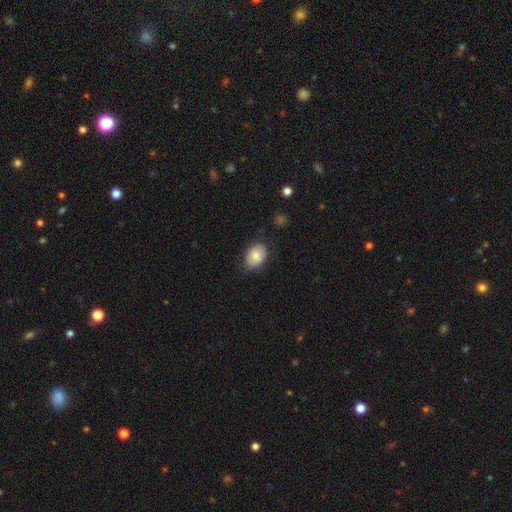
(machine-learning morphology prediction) A smooth galaxy with no disk features (75%) that is in between round and cigar-shaped (78%). Merging: none (74%).